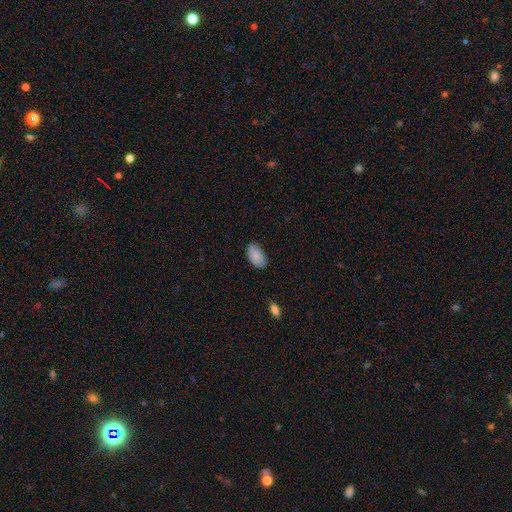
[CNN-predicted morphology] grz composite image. It shows a smooth galaxy with no disk features (88%) that is in between round and cigar-shaped (94%). Merging: none (77%).